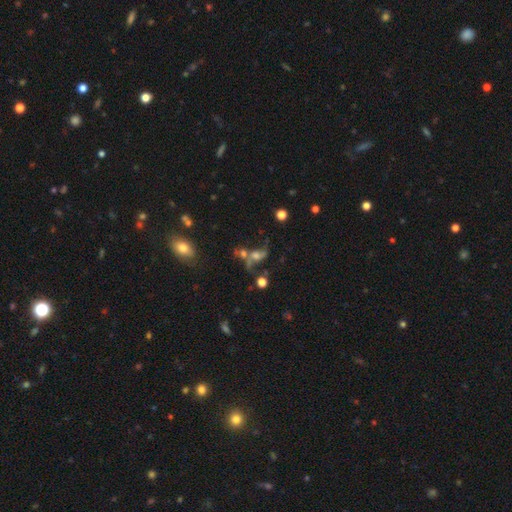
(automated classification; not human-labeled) Morphology: type=featured or disk (54%); edge-on=no (91%); merging=merger (35%).